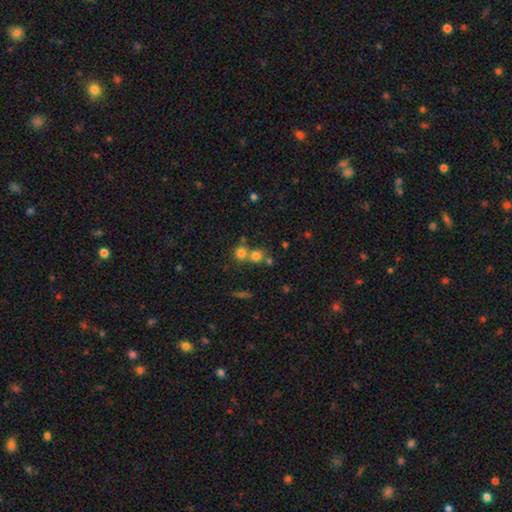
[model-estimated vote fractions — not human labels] This appears to be a smooth galaxy with no disk features (72%) that is round (86%). Merging: none (47%).